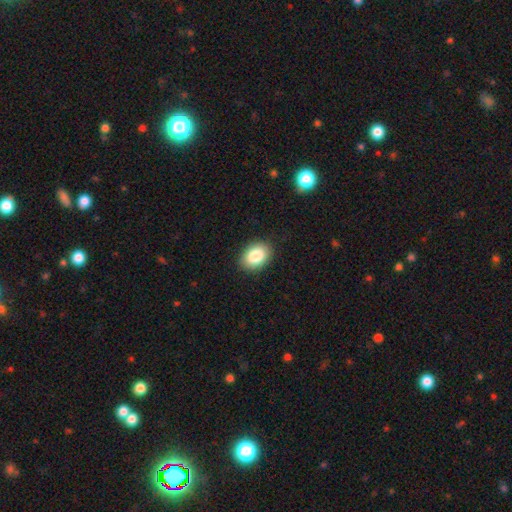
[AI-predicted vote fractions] A smooth galaxy with no disk features (86%) that is in between round and cigar-shaped (78%). Merging: none (89%).